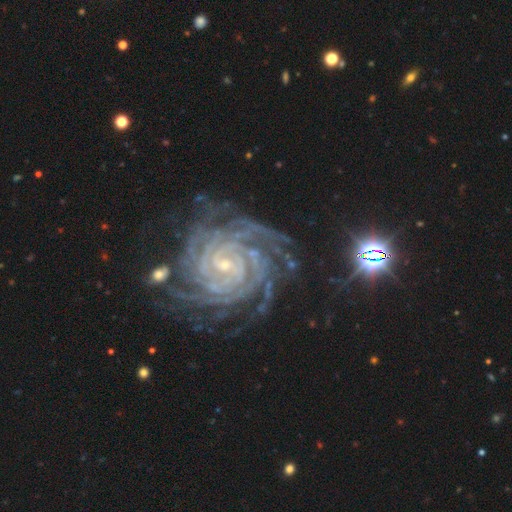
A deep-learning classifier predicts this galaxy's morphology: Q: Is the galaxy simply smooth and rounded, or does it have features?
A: featured or disk — 91%.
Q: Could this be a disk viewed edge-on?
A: no — 98%.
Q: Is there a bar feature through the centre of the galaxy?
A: no — 47%.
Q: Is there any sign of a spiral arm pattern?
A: yes — 99%.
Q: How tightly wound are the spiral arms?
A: tight — 85%.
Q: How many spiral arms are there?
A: more than 4 — 29%.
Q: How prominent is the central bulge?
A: small — 83%.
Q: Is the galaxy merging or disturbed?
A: none — 72%.